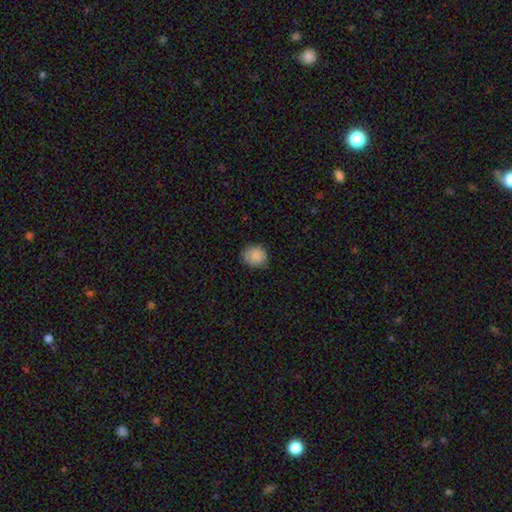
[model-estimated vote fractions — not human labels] Q: Smooth or featured?
A: smooth (87%); runner-up: star or artifact (8%)
Q: How rounded?
A: round (74%); runner-up: in between (25%)
Q: Merging?
A: none (80%); runner-up: minor disturbance (16%)